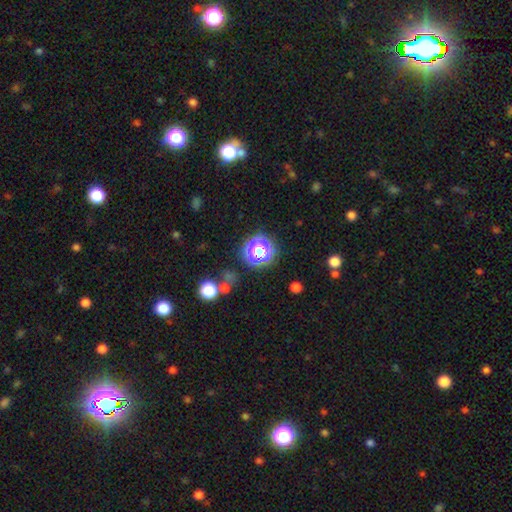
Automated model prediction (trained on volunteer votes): smooth_or_featured: smooth (p=0.56) [alt: star or artifact p=0.33]
how_rounded: round (p=0.86) [alt: in between p=0.12]
merging: none (p=0.67) [alt: minor disturbance p=0.14]